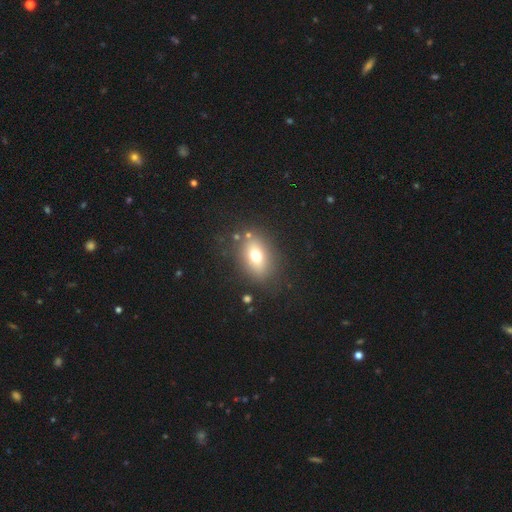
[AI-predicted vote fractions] Q: Smooth or featured?
A: smooth (69%); runner-up: featured or disk (19%)
Q: How rounded?
A: in between (74%); runner-up: round (22%)
Q: Merging?
A: none (79%); runner-up: minor disturbance (12%)